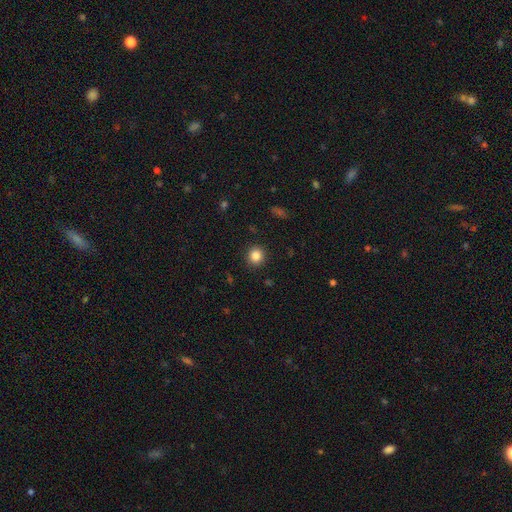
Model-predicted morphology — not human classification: Smooth or featured? Predicted: smooth (p=0.85). How rounded? Predicted: round (p=0.91). Merging? Predicted: none (p=0.92).